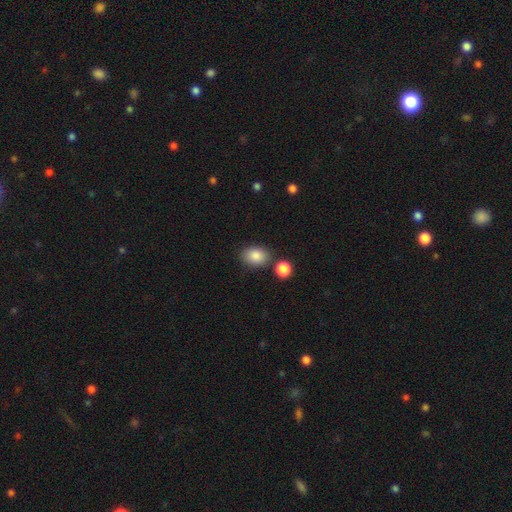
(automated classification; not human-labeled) smooth_or_featured: smooth (p=0.87) [alt: star or artifact p=0.08]
how_rounded: in between (p=0.74) [alt: round p=0.25]
merging: none (p=0.76) [alt: minor disturbance p=0.12]